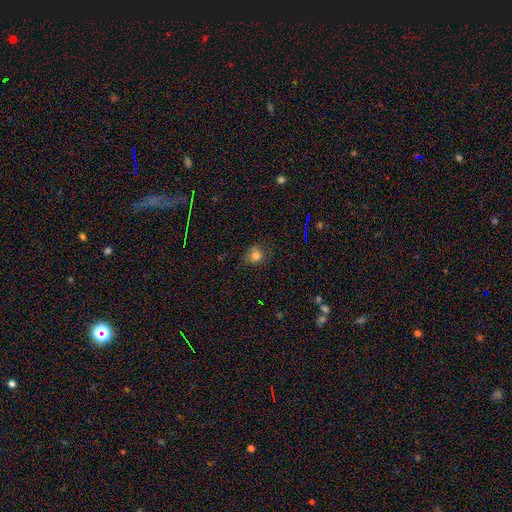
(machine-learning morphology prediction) smooth 78%, star or artifact 14%, featured or disk 7%. Down the decision tree: how rounded — round (77%); merging — none (68%).